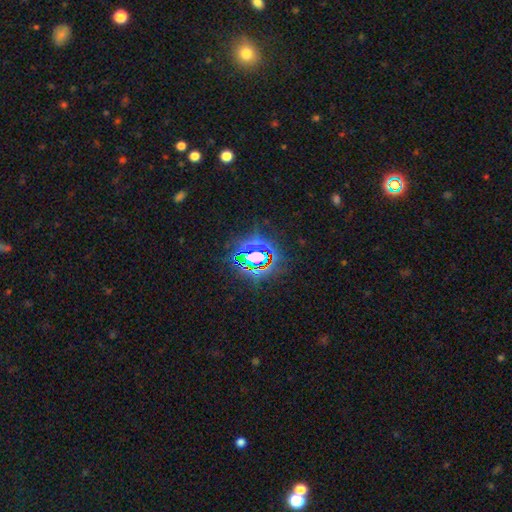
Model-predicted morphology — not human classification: Smooth or featured: star or artifact — 74% (smooth — 15%)